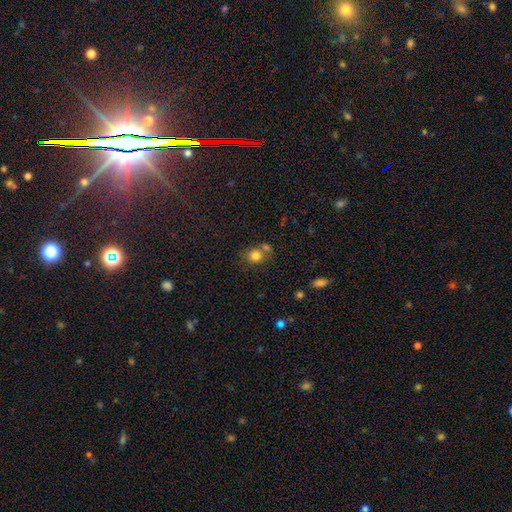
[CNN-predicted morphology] Smooth or featured? Predicted: smooth (p=0.78). How rounded? Predicted: round (p=0.72). Merging? Predicted: none (p=0.53).